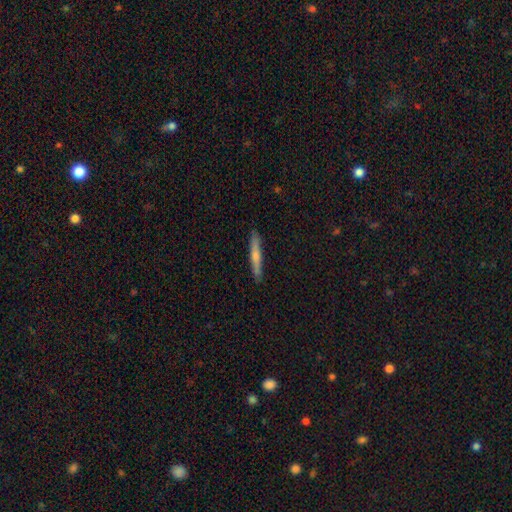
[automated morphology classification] A smooth galaxy with no disk features (57%) that is cigar-shaped (94%). Merging: none (89%).